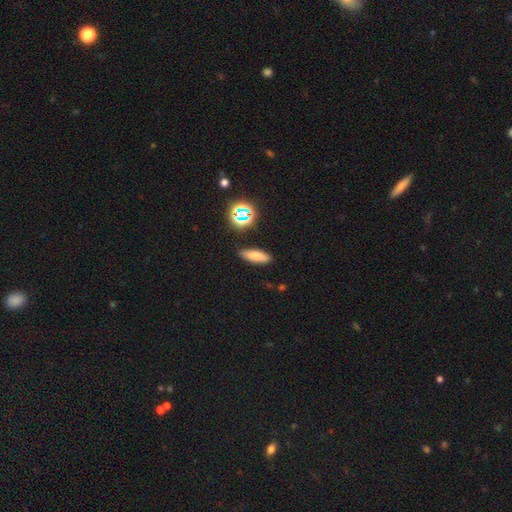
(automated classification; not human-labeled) Smooth or featured? Predicted: smooth (p=0.76). How rounded? Predicted: in between (p=0.52). Merging? Predicted: none (p=0.85).